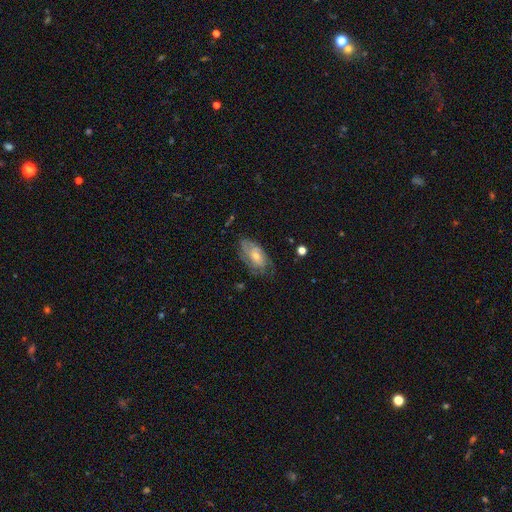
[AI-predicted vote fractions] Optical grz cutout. It shows a featured or disk galaxy (60%) with no bar (69%), spiral arms (77%) and a moderate central bulge (55%). Merging: none (65%).